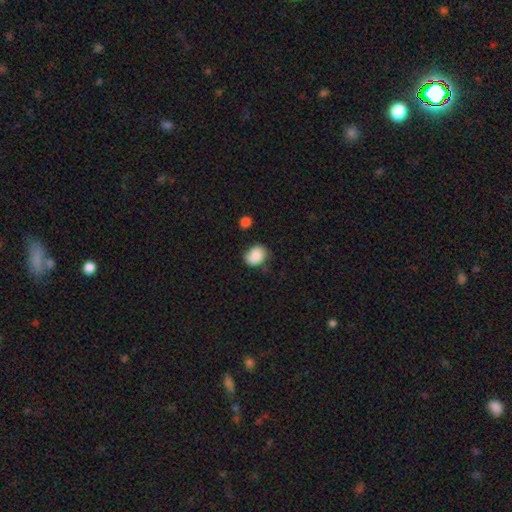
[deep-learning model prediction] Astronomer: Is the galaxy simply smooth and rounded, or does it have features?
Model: smooth — 86%.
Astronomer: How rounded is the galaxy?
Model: in between — 50% (runner-up: round, 49%).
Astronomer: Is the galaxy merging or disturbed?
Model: none — 63%.